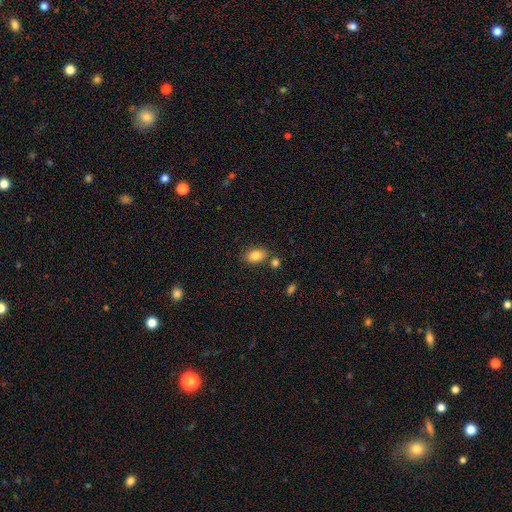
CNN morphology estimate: Smooth or featured: smooth — 84% (star or artifact — 9%)
How rounded: in between — 83% (round — 15%)
Merging: none — 75% (minor disturbance — 12%)